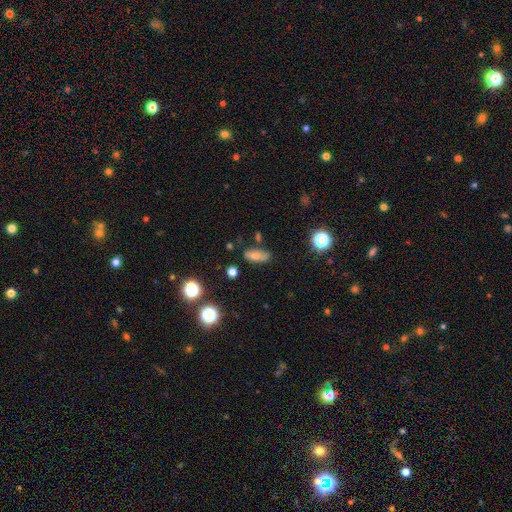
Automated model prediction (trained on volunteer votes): Q: Smooth or featured?
A: smooth (70%); runner-up: featured or disk (18%)
Q: How rounded?
A: in between (75%); runner-up: cigar-shaped (20%)
Q: Merging?
A: none (73%); runner-up: minor disturbance (18%)